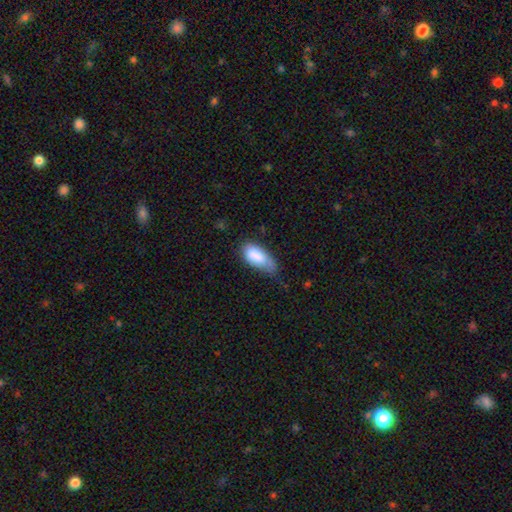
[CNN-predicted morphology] This appears to be a smooth galaxy with no disk features (83%) that is in between round and cigar-shaped (90%). Merging: minor disturbance (46%).